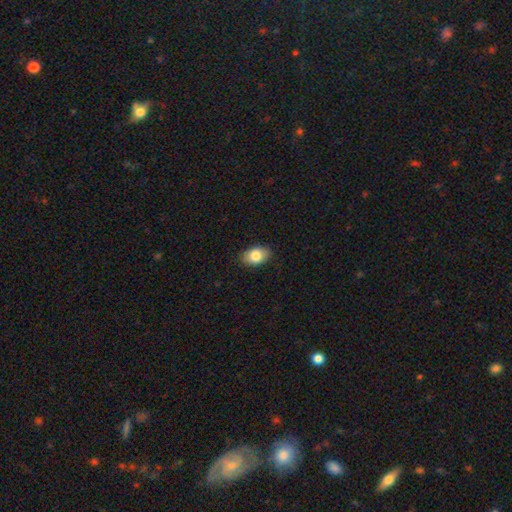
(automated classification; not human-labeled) This appears to be a smooth galaxy with no disk features (83%) that is in between round and cigar-shaped (84%). Merging: none (87%).